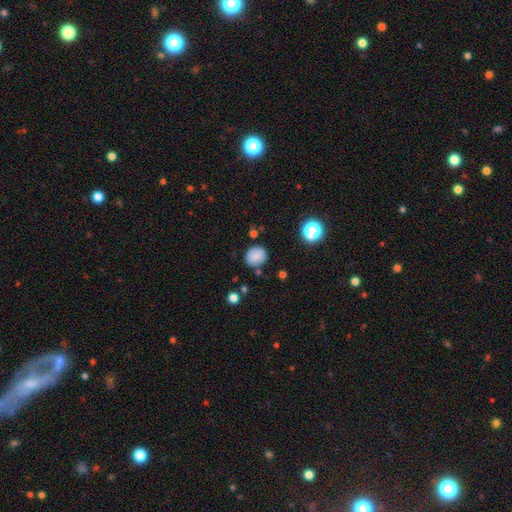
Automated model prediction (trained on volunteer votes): This is likely a smooth galaxy (80%). How rounded: likely round (73%). Merging: likely none (77%).